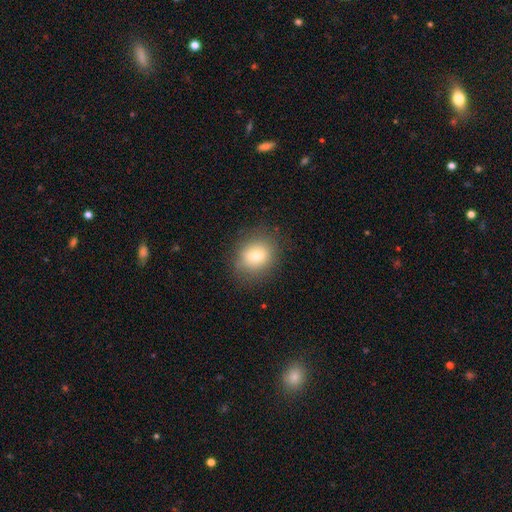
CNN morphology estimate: smooth-or-featured: smooth: 74% | featured or disk: 15% | star or artifact: 10%
  how-rounded: round: 62% | in between: 36% | cigar-shaped: 1%
  merging: none: 83% | minor disturbance: 12% | major disturbance: 4% | merger: 1%